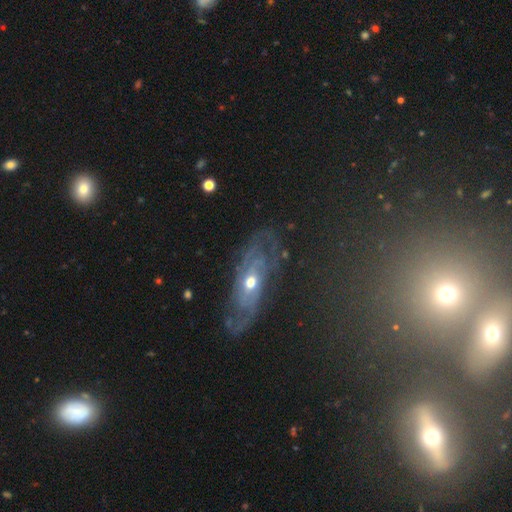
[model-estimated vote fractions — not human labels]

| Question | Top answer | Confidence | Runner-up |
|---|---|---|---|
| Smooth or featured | featured or disk | 77% | smooth (11%) |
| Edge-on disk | no | 86% | yes (14%) |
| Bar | no | 65% | weak (27%) |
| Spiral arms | yes | 88% | no (12%) |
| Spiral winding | tight | 54% | medium (32%) |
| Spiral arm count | can't tell | 40% | 2 (36%) |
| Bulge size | moderate | 56% | small (39%) |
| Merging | none | 76% | minor disturbance (16%) |